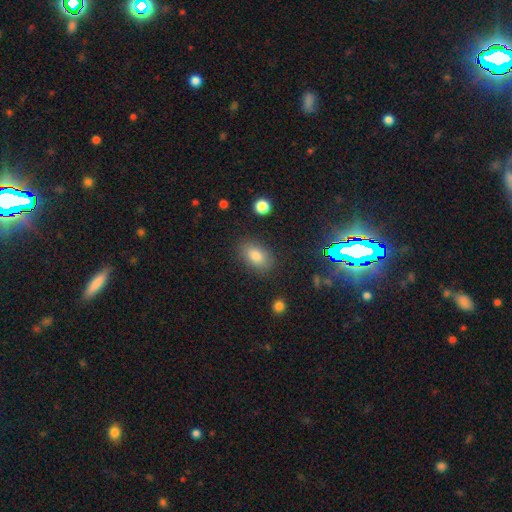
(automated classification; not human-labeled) Smooth or featured? Predicted: smooth (p=0.79). How rounded? Predicted: in between (p=0.88). Merging? Predicted: none (p=0.84).